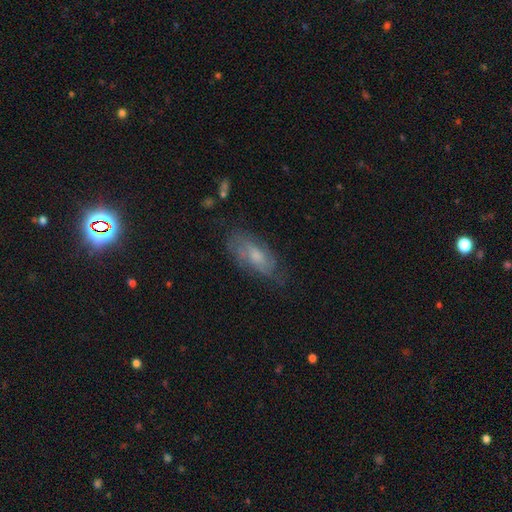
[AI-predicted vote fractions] Q: Smooth or featured?
A: featured or disk (52%); runner-up: smooth (39%)
Q: Edge-on disk?
A: no (87%); runner-up: yes (13%)
Q: Merging?
A: none (66%); runner-up: minor disturbance (23%)